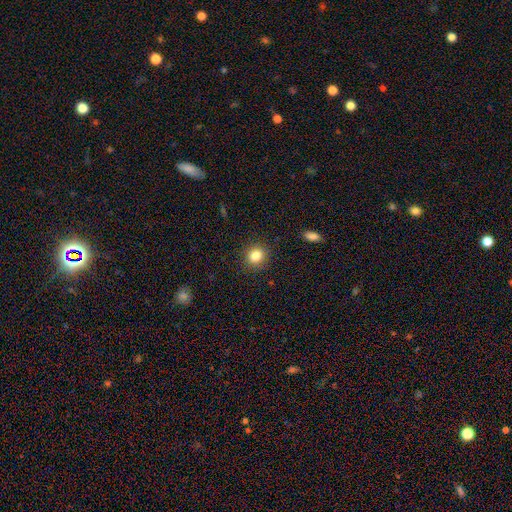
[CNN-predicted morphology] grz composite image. It shows a smooth galaxy with no disk features (83%) that is round (83%). Merging: none (90%).